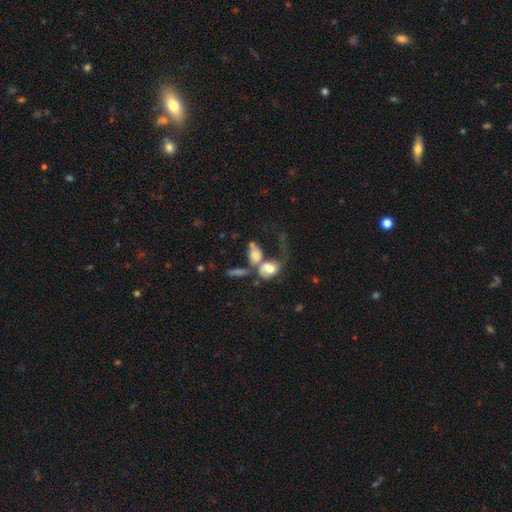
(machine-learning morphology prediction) This appears to be a smooth galaxy with no disk features (41%, tied with featured or disk). Merging: merger (61%).